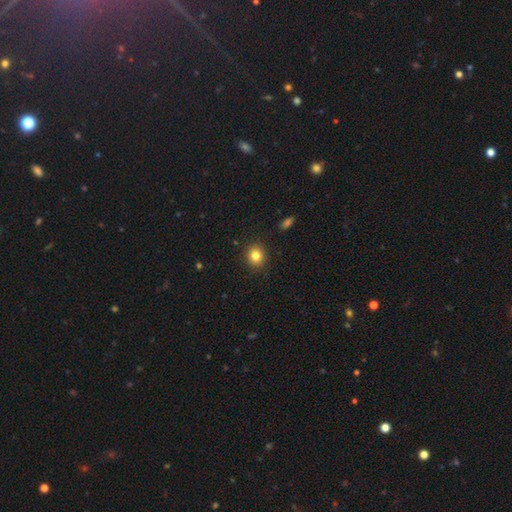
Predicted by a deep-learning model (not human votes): smooth 82%, star or artifact 11%, featured or disk 7%. Down the decision tree: how rounded — round (85%); merging — none (91%).